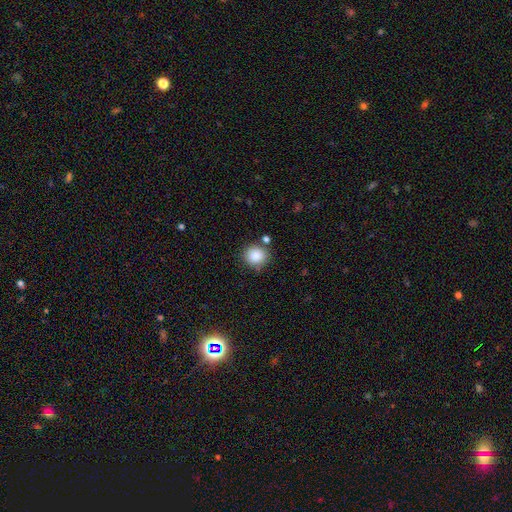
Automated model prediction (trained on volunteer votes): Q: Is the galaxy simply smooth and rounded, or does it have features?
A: smooth — 87%.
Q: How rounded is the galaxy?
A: round — 84%.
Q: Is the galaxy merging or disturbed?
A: none — 79%.